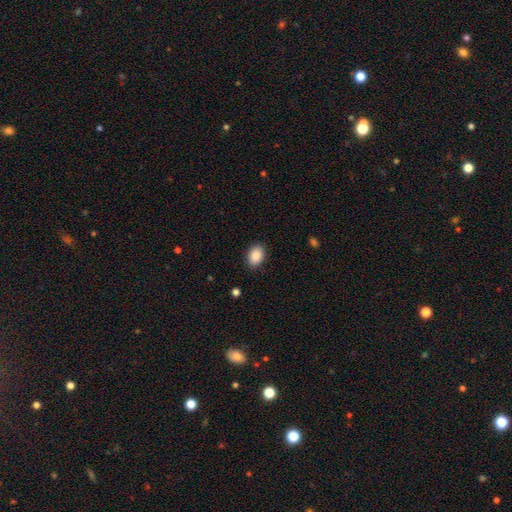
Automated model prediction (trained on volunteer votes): A smooth galaxy with no disk features (89%) that is in between round and cigar-shaped (81%). Merging: none (87%).